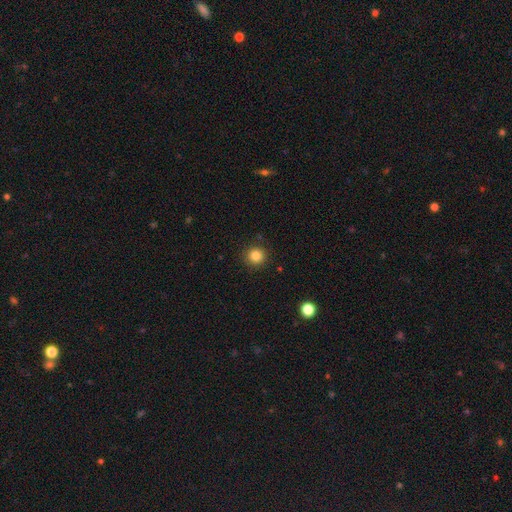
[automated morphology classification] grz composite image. It shows a smooth galaxy with no disk features (84%) that is round (94%). Merging: none (91%).